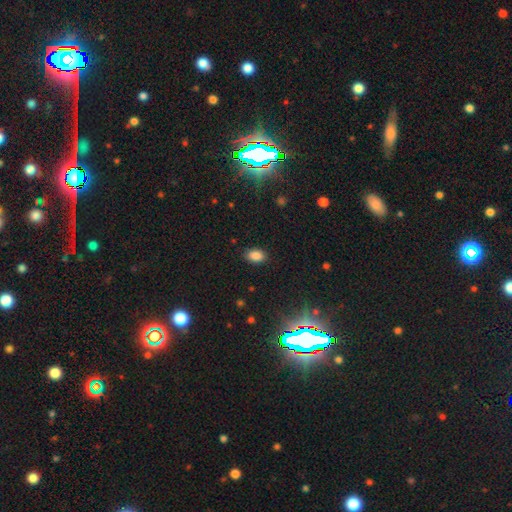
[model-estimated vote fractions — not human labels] A smooth galaxy with no disk features (85%) that is in between round and cigar-shaped (89%). Merging: none (87%).